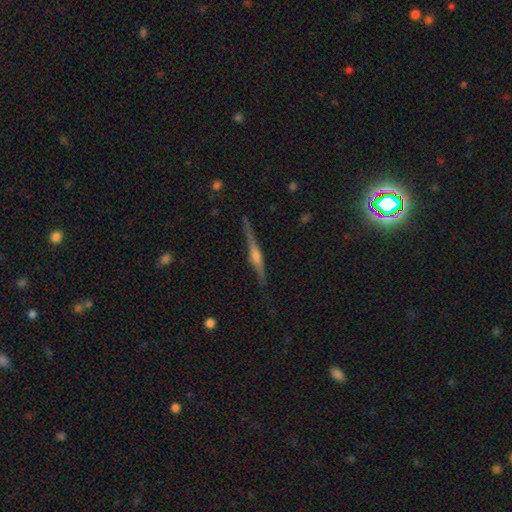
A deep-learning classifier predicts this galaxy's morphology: smooth_or_featured: featured or disk (p=0.80) [alt: smooth p=0.12]
disk_edge_on: yes (p=0.98) [alt: no p=0.02]
edge_on_bulge: rounded (p=0.79) [alt: boxy p=0.13]
merging: none (p=0.88) [alt: minor disturbance p=0.09]